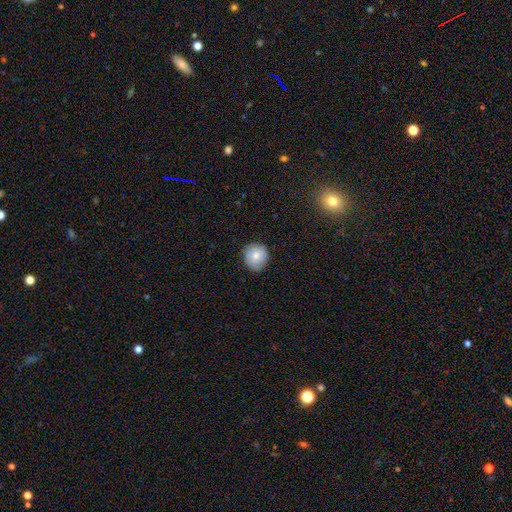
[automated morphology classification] Smooth or featured? Predicted: smooth (p=0.72). How rounded? Predicted: round (p=0.88). Merging? Predicted: none (p=0.79).